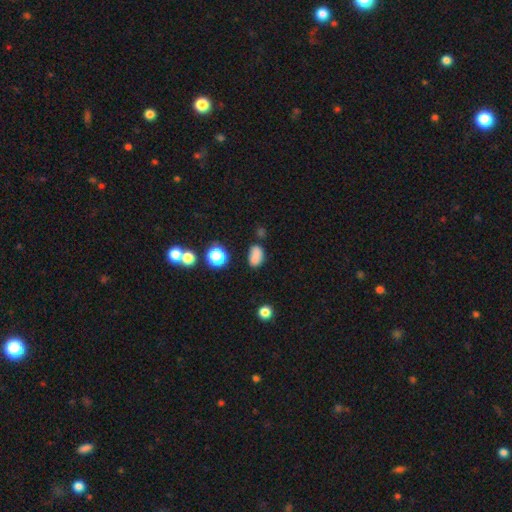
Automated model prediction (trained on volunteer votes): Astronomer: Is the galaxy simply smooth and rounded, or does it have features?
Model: smooth — 81%.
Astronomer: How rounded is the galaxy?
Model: in between — 84%.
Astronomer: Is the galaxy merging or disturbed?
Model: none — 67%.